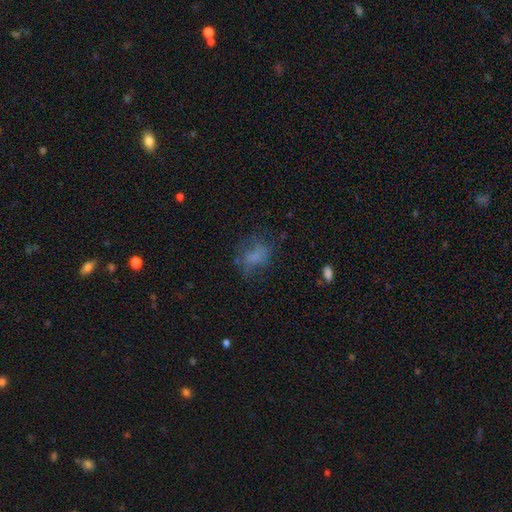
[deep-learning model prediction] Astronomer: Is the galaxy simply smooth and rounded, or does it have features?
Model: smooth — 56%.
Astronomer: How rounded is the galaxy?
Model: in between — 68%.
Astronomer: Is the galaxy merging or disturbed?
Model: none — 49% (runner-up: major disturbance, 26%).